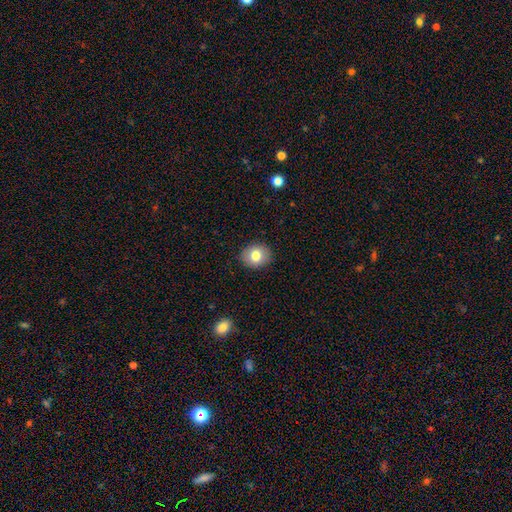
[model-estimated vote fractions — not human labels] Overall: smooth (79%). How rounded: round (63%; in between 36%). Merging: none (89%).